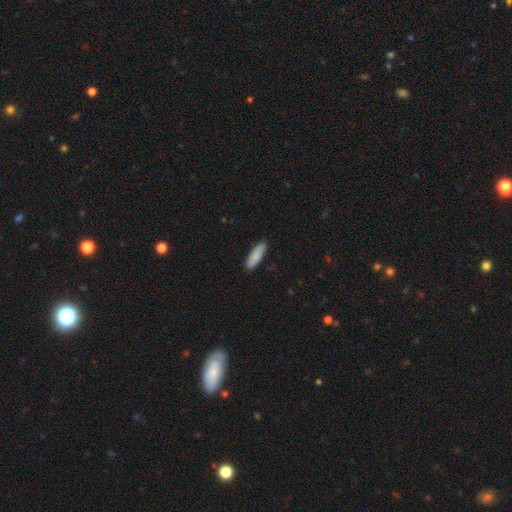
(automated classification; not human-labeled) The model was most divided on "how rounded": cigar-shaped: 58%, in between: 41%, round: 1%. More confident: merging — none (89%); smooth or featured — smooth (87%).